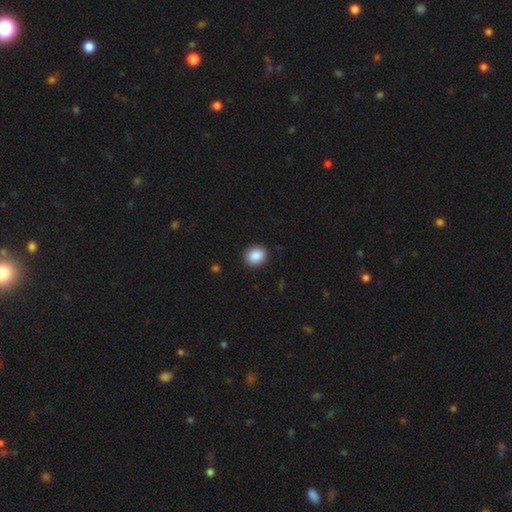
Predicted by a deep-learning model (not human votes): This is clearly a smooth galaxy (89%). How rounded: likely round (71%). Merging: clearly none (91%).